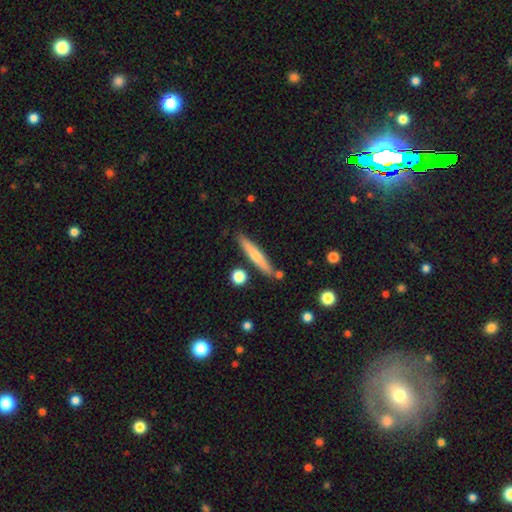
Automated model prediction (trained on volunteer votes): smooth 62%, featured or disk 32%, star or artifact 6%. Down the decision tree: how rounded — cigar-shaped (93%); merging — none (84%).